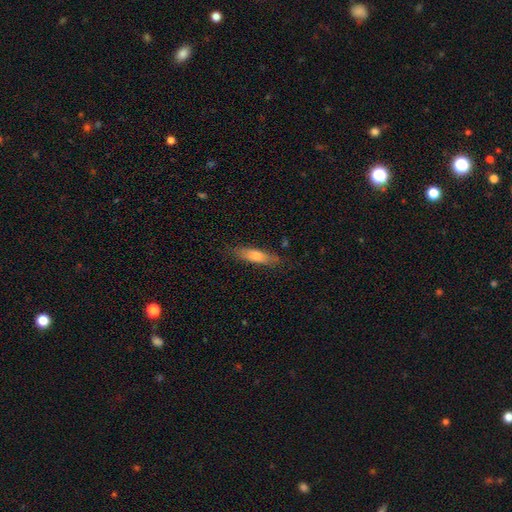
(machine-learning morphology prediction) type=smooth (73%); roundness=cigar-shaped (67%); merging=none (79%).